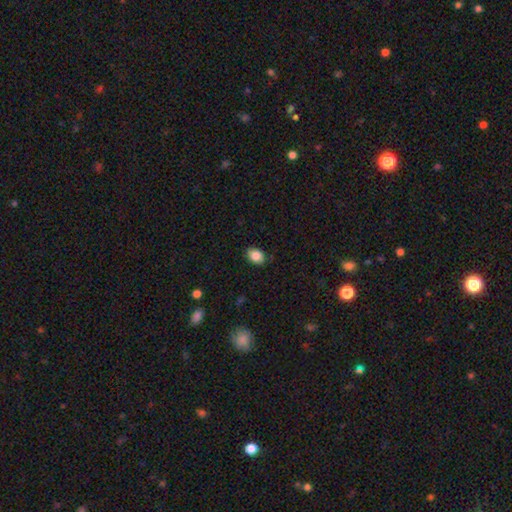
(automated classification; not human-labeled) This appears to be a smooth galaxy with no disk features (85%) that is in between round and cigar-shaped (76%). Merging: none (84%).